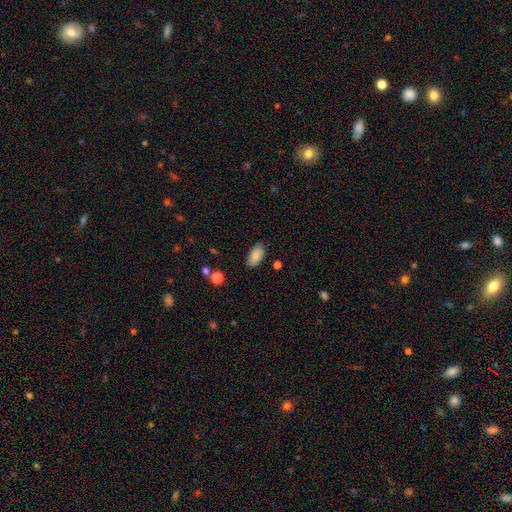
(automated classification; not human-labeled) Smooth or featured: smooth — 85% (star or artifact — 8%)
How rounded: in between — 94% (round — 4%)
Merging: none — 84% (minor disturbance — 12%)